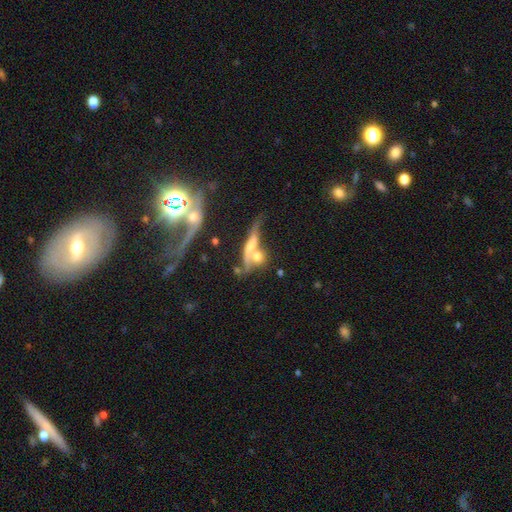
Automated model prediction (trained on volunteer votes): Smooth or featured: smooth — 47% (featured or disk — 41%)
Merging: merger — 51% (none — 27%)